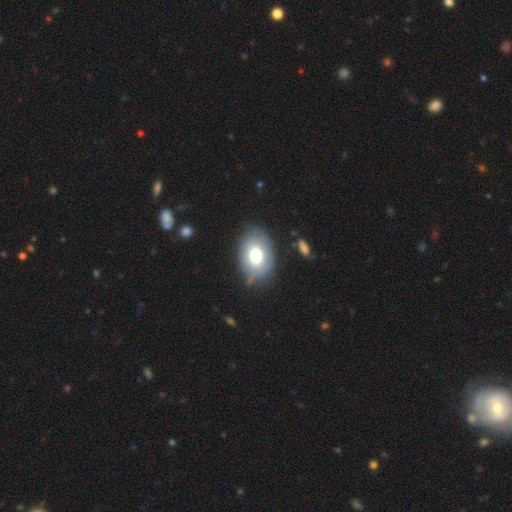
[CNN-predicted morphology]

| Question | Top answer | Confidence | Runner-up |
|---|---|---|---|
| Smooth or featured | smooth | 73% | featured or disk (20%) |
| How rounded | in between | 82% | round (17%) |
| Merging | none | 74% | minor disturbance (18%) |